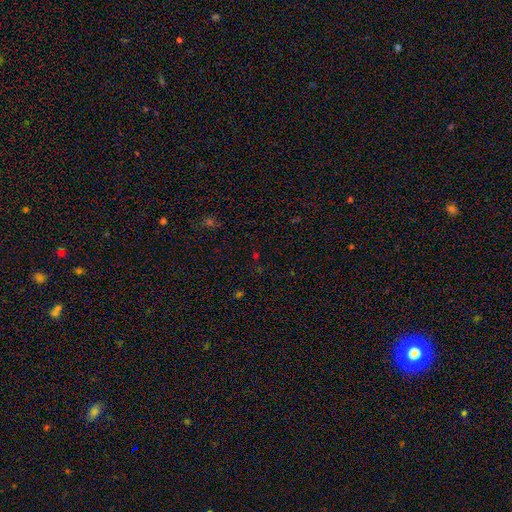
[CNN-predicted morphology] A star or artifact, not a galaxy (59%).

Vote fractions:
- Smooth or featured? star or artifact: 59% / smooth: 33% / featured or disk: 8%